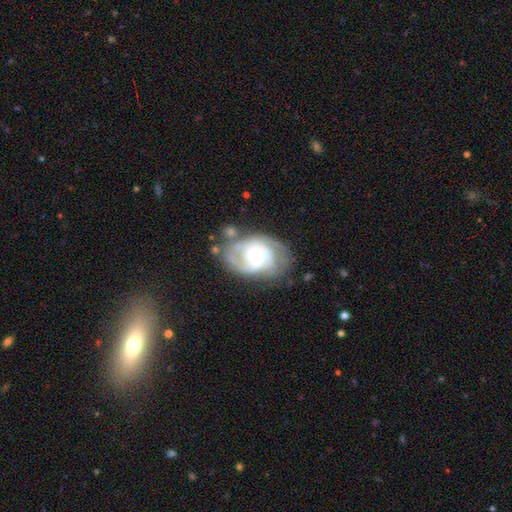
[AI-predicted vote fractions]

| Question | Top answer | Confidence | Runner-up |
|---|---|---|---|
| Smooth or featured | featured or disk | 85% | smooth (10%) |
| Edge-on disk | no | 97% | yes (3%) |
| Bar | no | 63% | weak (31%) |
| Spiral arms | yes | 94% | no (6%) |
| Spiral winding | tight | 55% | medium (37%) |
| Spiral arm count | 2 | 48% | can't tell (20%) |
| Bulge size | moderate | 53% | small (41%) |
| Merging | none | 62% | minor disturbance (21%) |